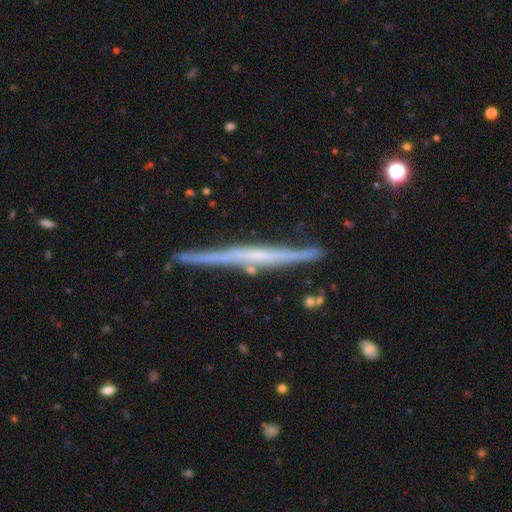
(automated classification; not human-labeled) The model was most divided on "edge-on bulge": none: 66%, rounded: 23%, boxy: 11%. More confident: edge-on disk — yes (97%); merging — none (83%); smooth or featured — featured or disk (75%).